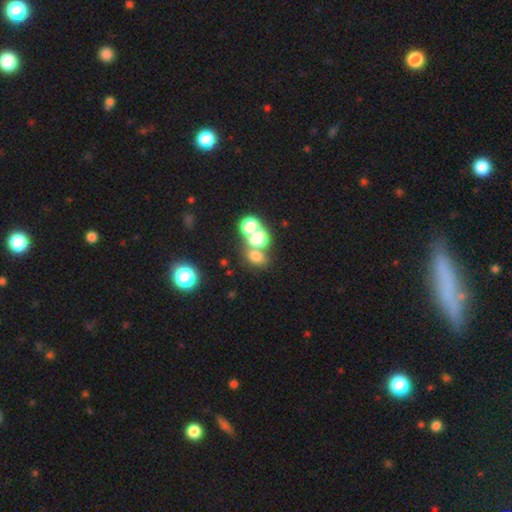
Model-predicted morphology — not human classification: smooth_or_featured: smooth (p=0.65) [alt: star or artifact p=0.25]
how_rounded: round (p=0.62) [alt: in between p=0.37]
merging: none (p=0.52) [alt: merger p=0.35]